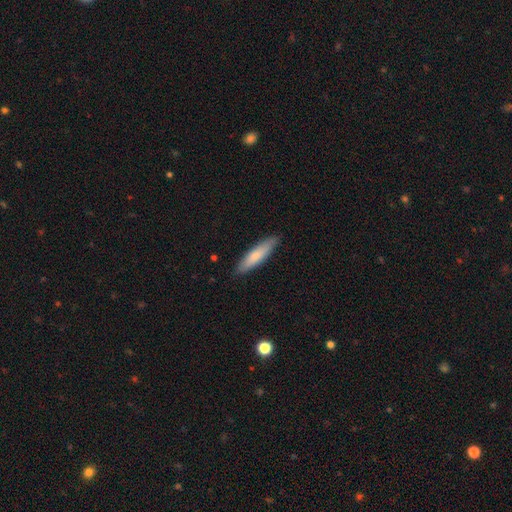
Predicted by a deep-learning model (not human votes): The model was most divided on "smooth or featured": smooth: 74%, featured or disk: 21%, star or artifact: 5%. More confident: merging — none (88%); how rounded — cigar-shaped (77%).